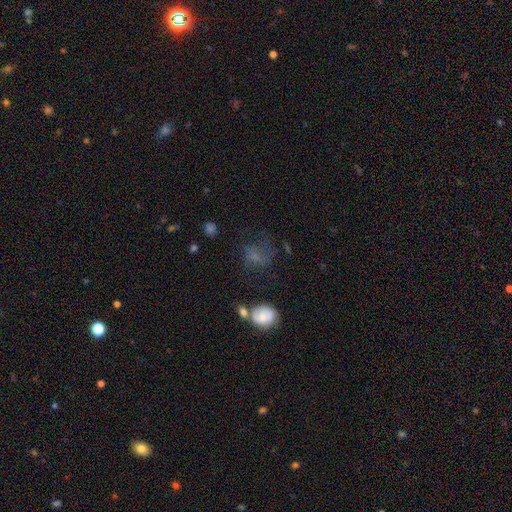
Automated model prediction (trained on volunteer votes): smooth-or-featured: smooth: 57% | featured or disk: 24% | star or artifact: 19%
  how-rounded: round: 54% | in between: 44% | cigar-shaped: 2%
  merging: none: 43% | major disturbance: 28% | minor disturbance: 22% | merger: 7%